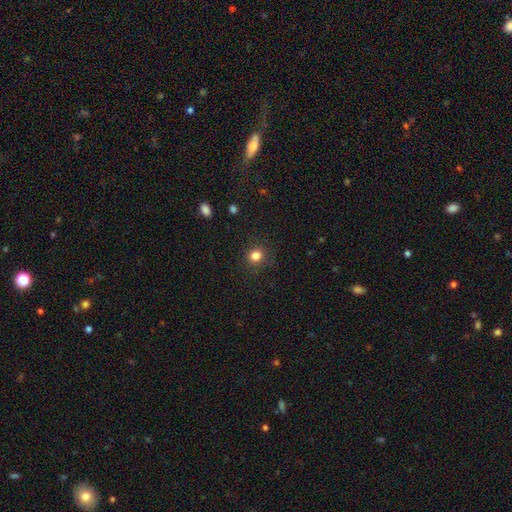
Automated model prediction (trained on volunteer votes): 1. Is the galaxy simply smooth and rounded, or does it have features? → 83% smooth, 13% star or artifact, 5% featured or disk.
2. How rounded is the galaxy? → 85% round, 14% in between, 1% cigar-shaped.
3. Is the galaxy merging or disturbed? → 88% none, 8% minor disturbance, 3% major disturbance, 1% merger.